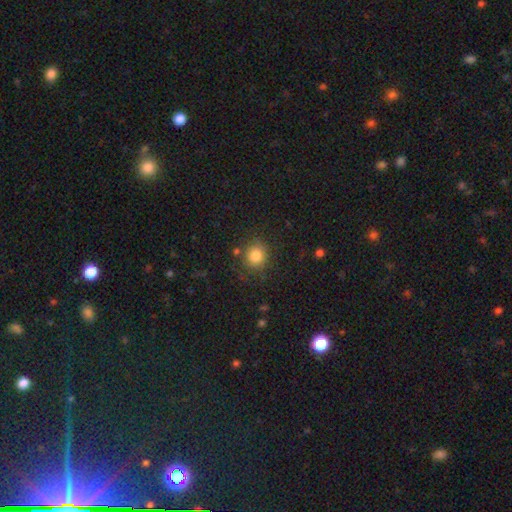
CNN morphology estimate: This appears to be a smooth galaxy with no disk features (82%) that is round (87%). Merging: none (81%).